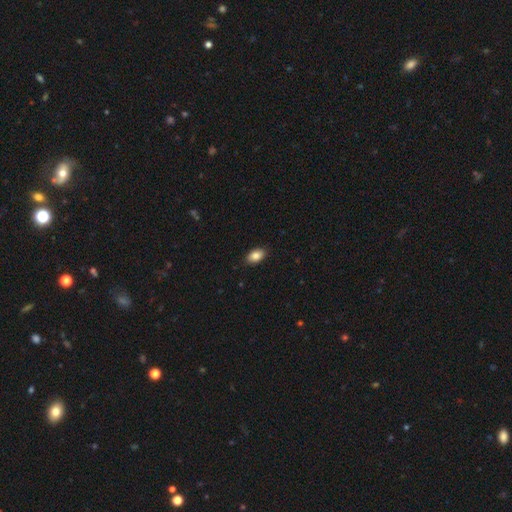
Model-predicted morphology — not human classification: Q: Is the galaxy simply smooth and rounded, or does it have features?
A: smooth — 85%.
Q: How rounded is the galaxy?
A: in between — 91%.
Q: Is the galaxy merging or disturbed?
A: none — 88%.